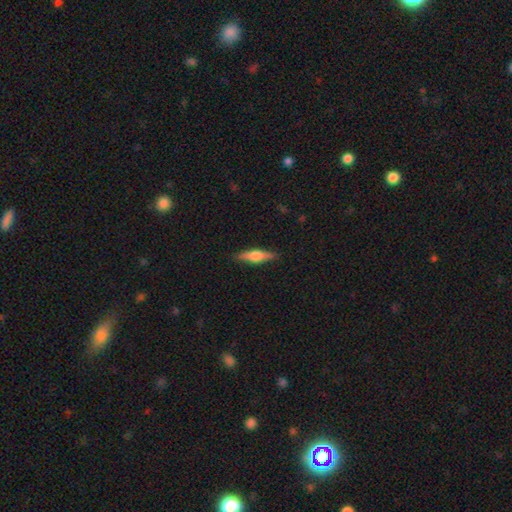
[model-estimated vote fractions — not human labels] Smooth or featured? featured or disk (52%)
Edge-on disk? yes (96%)
Merging? none (89%)